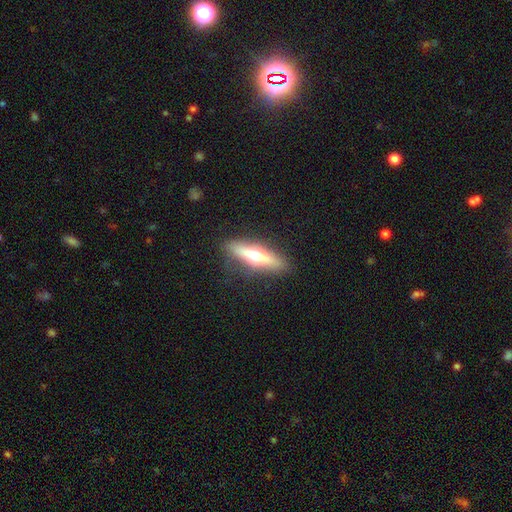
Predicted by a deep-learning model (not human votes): Overall: featured or disk (52%; smooth 42%). Edge-on disk: yes (88%). Merging: none (87%).